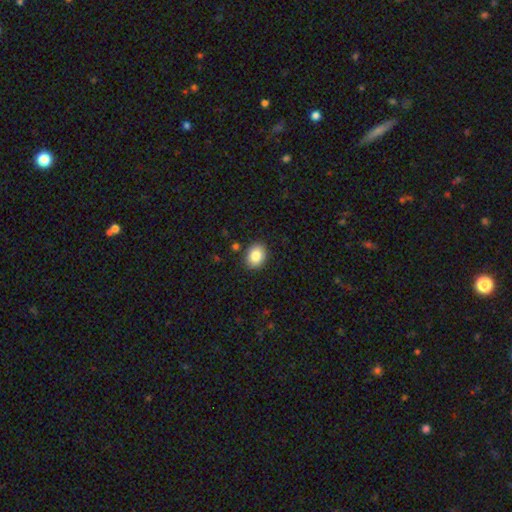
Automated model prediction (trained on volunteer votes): Q: Smooth or featured?
A: smooth (85%); runner-up: star or artifact (8%)
Q: How rounded?
A: in between (53%); runner-up: round (47%)
Q: Merging?
A: none (88%); runner-up: minor disturbance (8%)